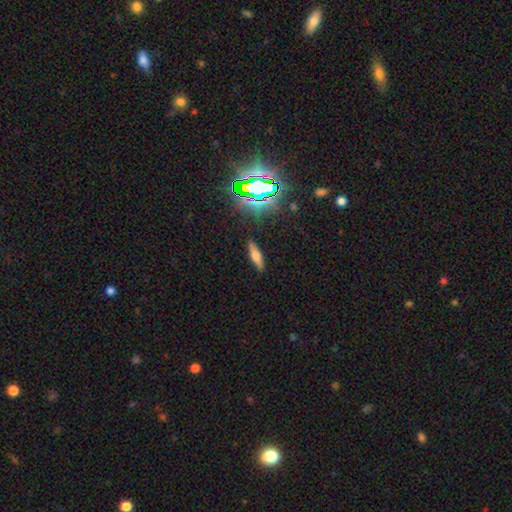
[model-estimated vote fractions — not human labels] A smooth galaxy with no disk features (49%). Merging: none (87%).